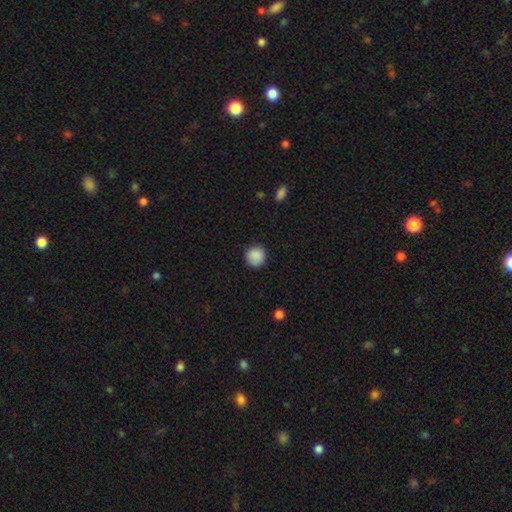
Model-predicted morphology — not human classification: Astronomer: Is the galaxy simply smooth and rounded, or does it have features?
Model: smooth — 89%.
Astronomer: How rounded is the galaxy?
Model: round — 93%.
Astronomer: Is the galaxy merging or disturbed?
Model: none — 89%.